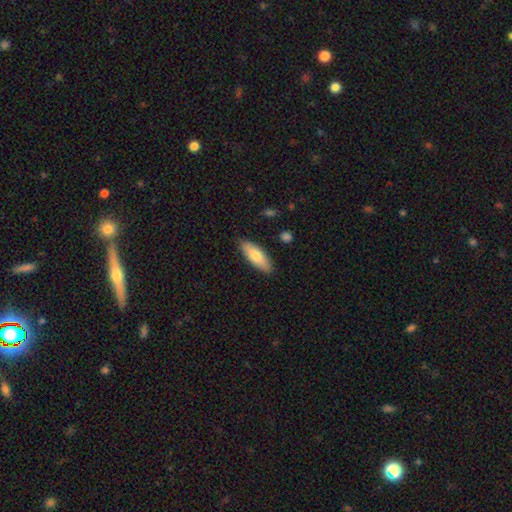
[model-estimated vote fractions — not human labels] Q: Smooth or featured?
A: smooth (75%); runner-up: featured or disk (20%)
Q: How rounded?
A: in between (68%); runner-up: cigar-shaped (30%)
Q: Merging?
A: none (86%); runner-up: minor disturbance (11%)